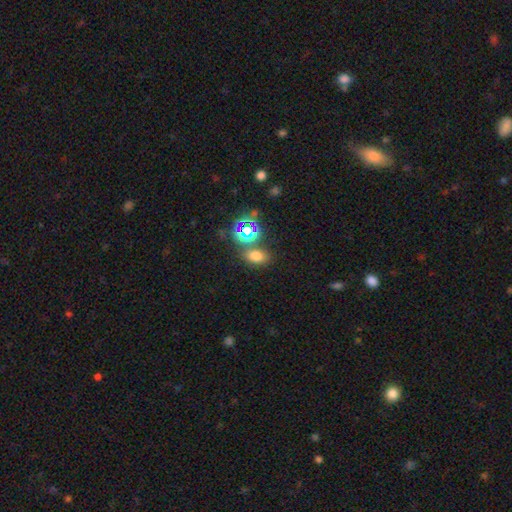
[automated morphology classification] smooth 63%, star or artifact 29%, featured or disk 8%. Down the decision tree: how rounded — in between (74%); merging — none (73%).